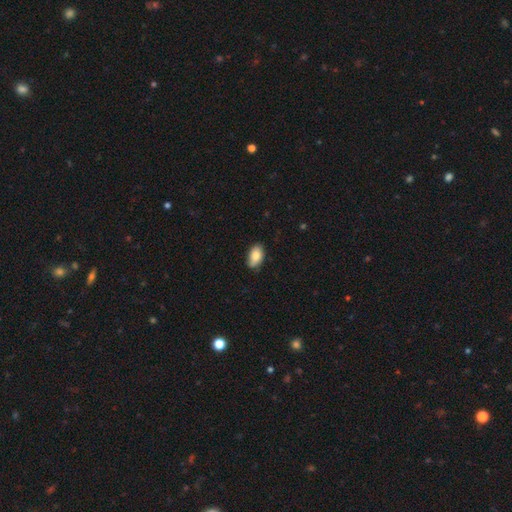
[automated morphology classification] Smooth or featured?
  - smooth: 80% *
  - featured or disk: 12%
  - star or artifact: 7%
How rounded?
  - in between: 93% *
  - round: 5%
  - cigar-shaped: 2%
Merging?
  - none: 77% *
  - minor disturbance: 19%
  - major disturbance: 3%
  - merger: 1%